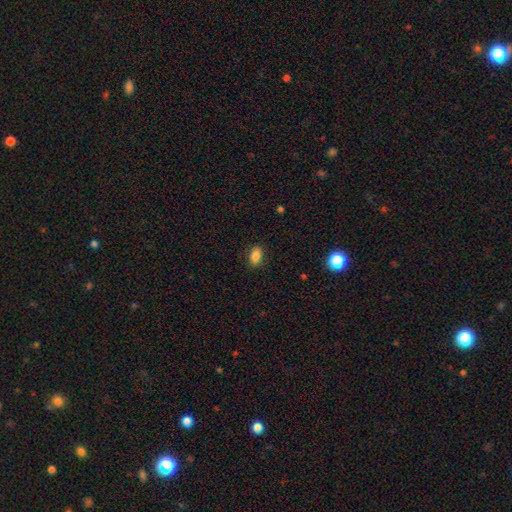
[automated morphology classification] smooth_or_featured: smooth (p=0.86) [alt: star or artifact p=0.09]
how_rounded: in between (p=0.87) [alt: round p=0.10]
merging: none (p=0.87) [alt: minor disturbance p=0.09]